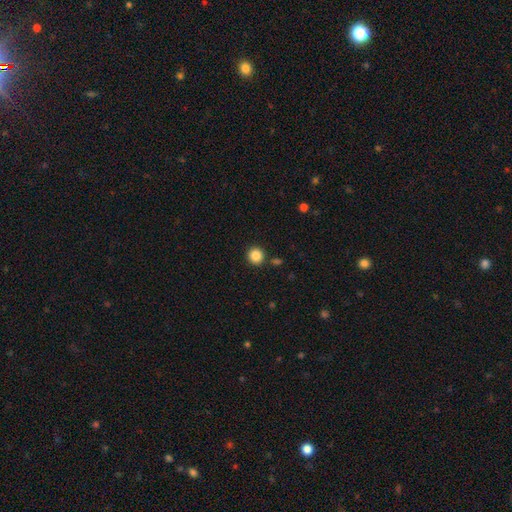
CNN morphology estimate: type=smooth (86%); roundness=round (93%); merging=none (88%).